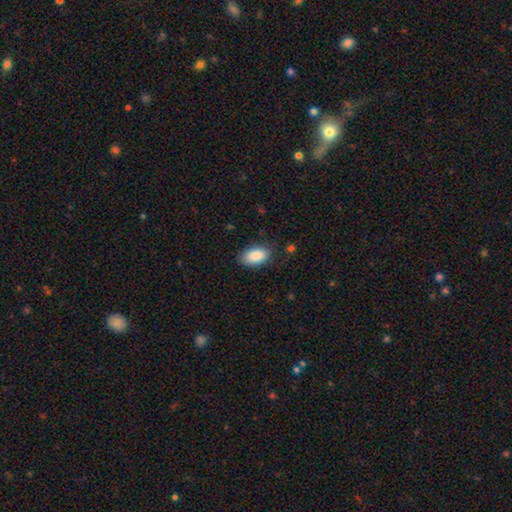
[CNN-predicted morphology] smooth 88%, star or artifact 7%, featured or disk 5%. Down the decision tree: how rounded — in between (94%); merging — none (83%).